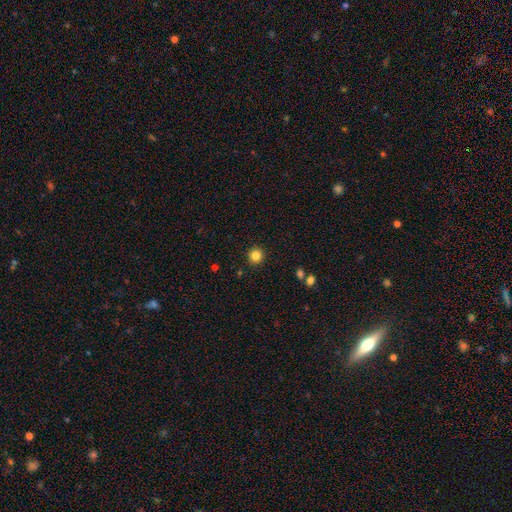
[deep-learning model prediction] Smooth or featured?
  - smooth: 83% *
  - star or artifact: 12%
  - featured or disk: 5%
How rounded?
  - round: 95% *
  - in between: 5%
  - cigar-shaped: 1%
Merging?
  - none: 92% *
  - minor disturbance: 5%
  - major disturbance: 2%
  - merger: 1%